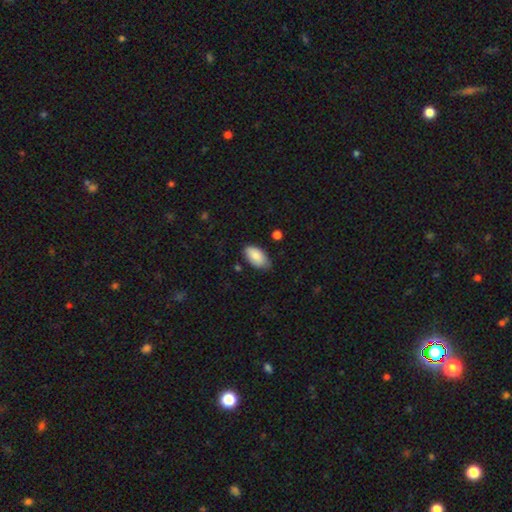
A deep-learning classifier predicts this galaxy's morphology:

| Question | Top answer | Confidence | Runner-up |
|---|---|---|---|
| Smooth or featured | smooth | 86% | featured or disk (8%) |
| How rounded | in between | 95% | round (3%) |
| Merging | none | 73% | minor disturbance (22%) |